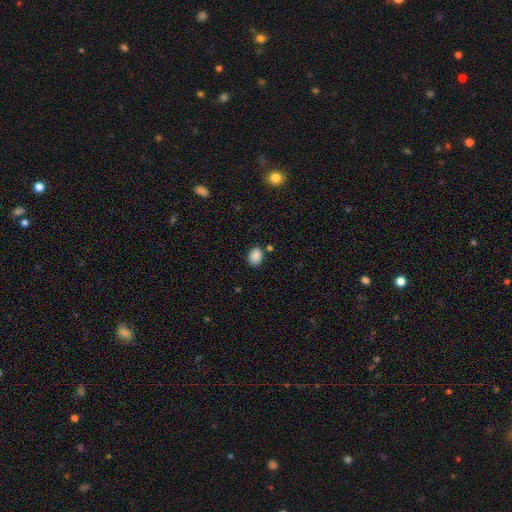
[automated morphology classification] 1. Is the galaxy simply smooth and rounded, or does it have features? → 88% smooth, 9% star or artifact, 4% featured or disk.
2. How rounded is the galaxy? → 58% in between, 41% round, 1% cigar-shaped.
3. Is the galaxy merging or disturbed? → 79% none, 13% minor disturbance, 5% merger, 3% major disturbance.